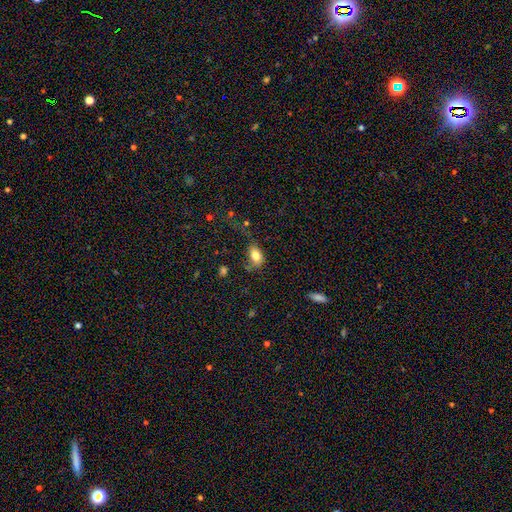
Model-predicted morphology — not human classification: Q: Smooth or featured?
A: smooth (81%); runner-up: featured or disk (11%)
Q: How rounded?
A: in between (83%); runner-up: round (15%)
Q: Merging?
A: none (55%); runner-up: minor disturbance (27%)